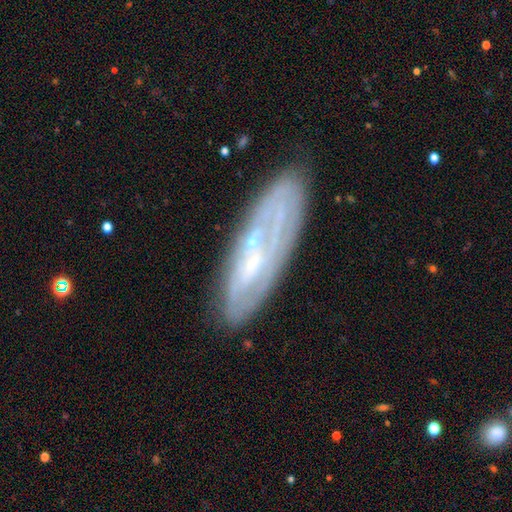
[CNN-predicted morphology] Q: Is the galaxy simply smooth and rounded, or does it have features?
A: featured or disk — 61%.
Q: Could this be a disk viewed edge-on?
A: no — 69%.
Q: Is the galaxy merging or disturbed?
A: none — 73%.